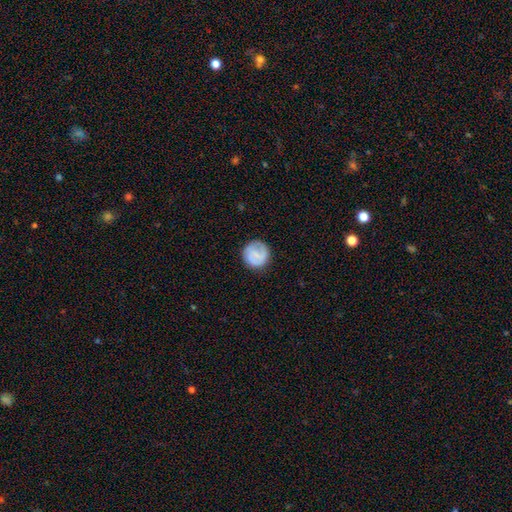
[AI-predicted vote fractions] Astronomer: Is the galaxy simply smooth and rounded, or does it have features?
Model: smooth — 71%.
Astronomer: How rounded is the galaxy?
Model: round — 93%.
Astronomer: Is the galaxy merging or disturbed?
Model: none — 83%.